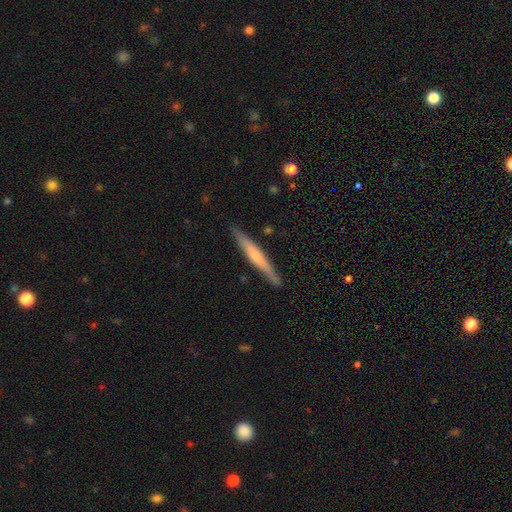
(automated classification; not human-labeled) A smooth galaxy with no disk features (48%).

Vote fractions:
- Smooth or featured? smooth: 48% / featured or disk: 47% / star or artifact: 5%
- Merging? none: 87% / minor disturbance: 10% / major disturbance: 2% / merger: 2%